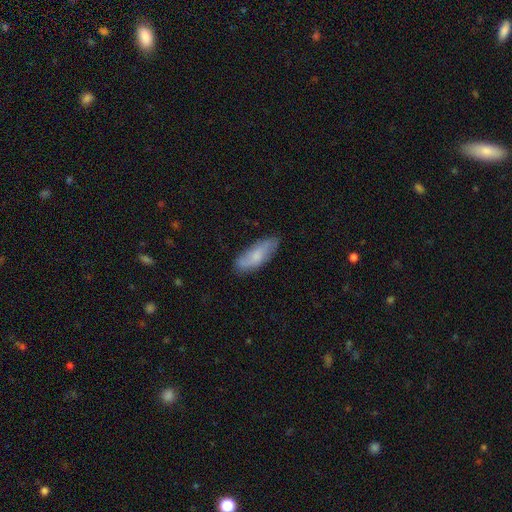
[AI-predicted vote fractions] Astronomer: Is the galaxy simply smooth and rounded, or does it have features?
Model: smooth — 59% (runner-up: featured or disk, 35%).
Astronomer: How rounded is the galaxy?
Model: in between — 65%.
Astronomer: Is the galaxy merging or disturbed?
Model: none — 75%.